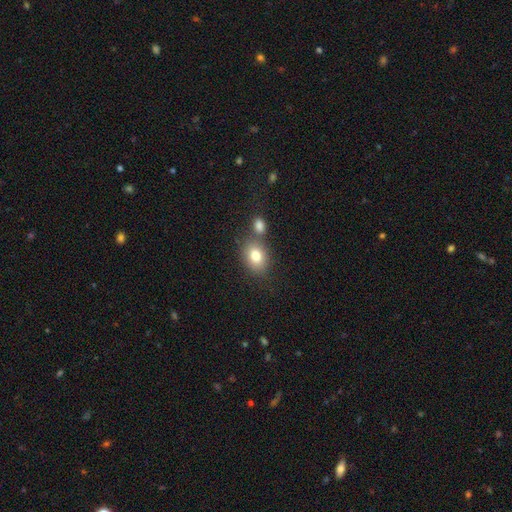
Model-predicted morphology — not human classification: smooth_or_featured: smooth (p=0.79) [alt: featured or disk p=0.11]
how_rounded: in between (p=0.63) [alt: round p=0.36]
merging: none (p=0.60) [alt: merger p=0.24]